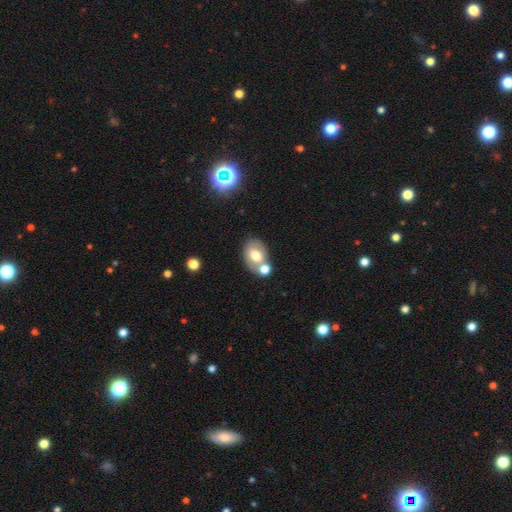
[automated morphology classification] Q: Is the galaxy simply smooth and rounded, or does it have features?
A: smooth — 62%.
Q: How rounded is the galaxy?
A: in between — 76%.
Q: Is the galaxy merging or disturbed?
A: none — 51%.